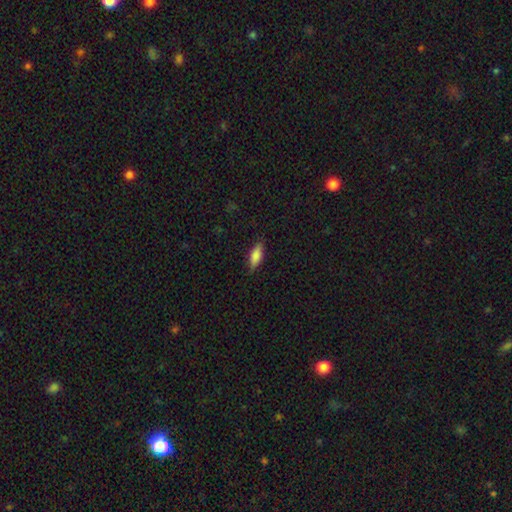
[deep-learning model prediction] Morphology: type=smooth (77%); roundness=in between (71%); merging=none (82%).